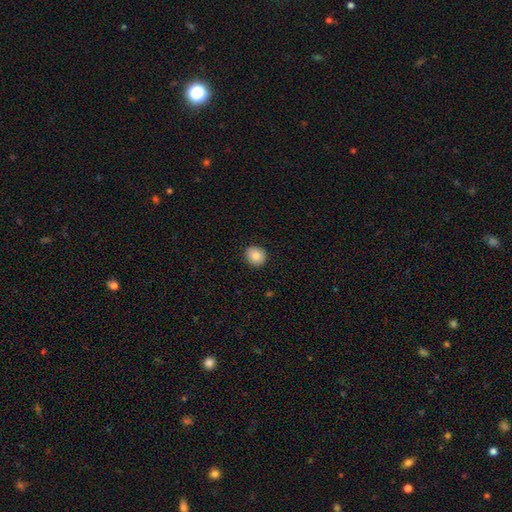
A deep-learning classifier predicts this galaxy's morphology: smooth 85%, star or artifact 8%, featured or disk 6%. Down the decision tree: how rounded — round (78%); merging — none (90%).